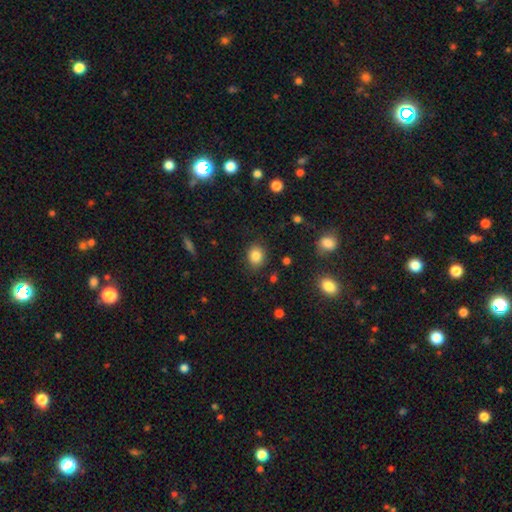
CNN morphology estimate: A smooth galaxy with no disk features (84%) that is in between round and cigar-shaped (50%). Merging: none (84%).